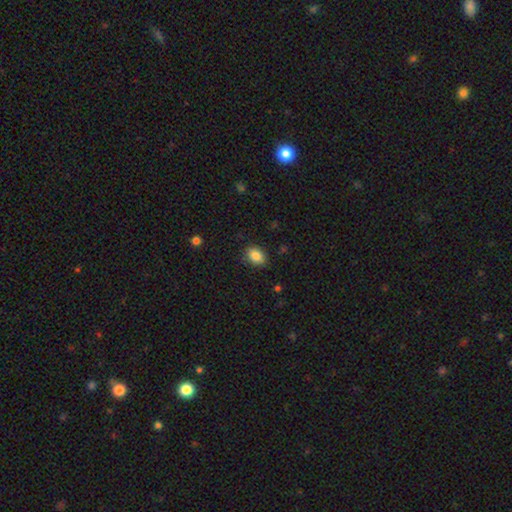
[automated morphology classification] A smooth galaxy with no disk features (86%) that is in between round and cigar-shaped (75%). Merging: none (84%).